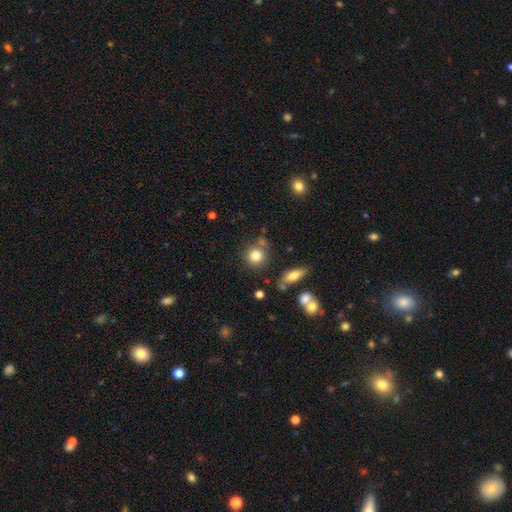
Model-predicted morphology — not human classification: smooth_or_featured: smooth (p=0.81) [alt: star or artifact p=0.10]
how_rounded: round (p=0.88) [alt: in between p=0.11]
merging: none (p=0.72) [alt: merger p=0.12]